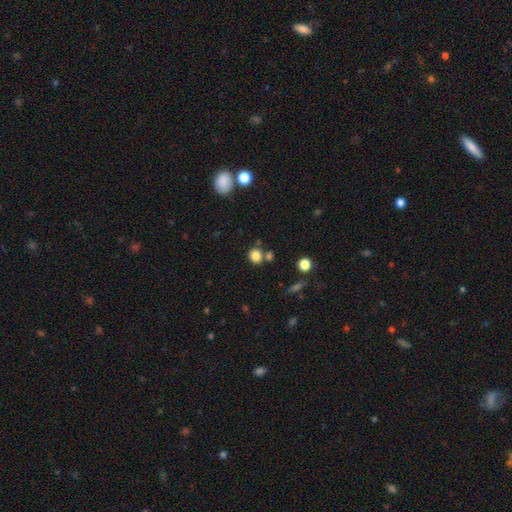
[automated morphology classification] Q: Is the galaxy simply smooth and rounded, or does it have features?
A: smooth — 82%.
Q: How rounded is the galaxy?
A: round — 81%.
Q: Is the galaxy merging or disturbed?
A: none — 70%.